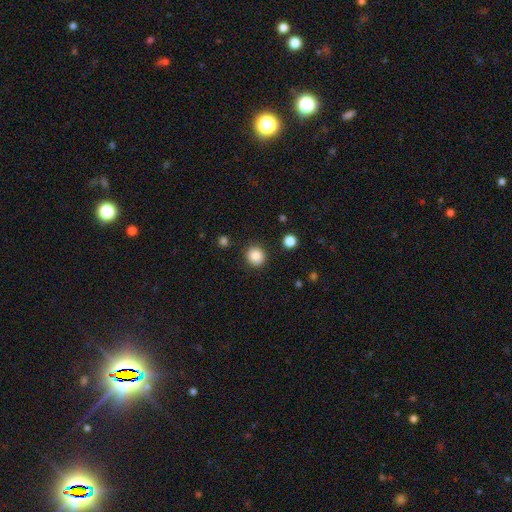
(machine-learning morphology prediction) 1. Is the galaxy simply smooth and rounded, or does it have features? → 86% smooth, 10% star or artifact, 5% featured or disk.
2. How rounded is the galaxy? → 89% round, 10% in between, 1% cigar-shaped.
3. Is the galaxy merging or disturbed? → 89% none, 7% minor disturbance, 2% major disturbance, 2% merger.